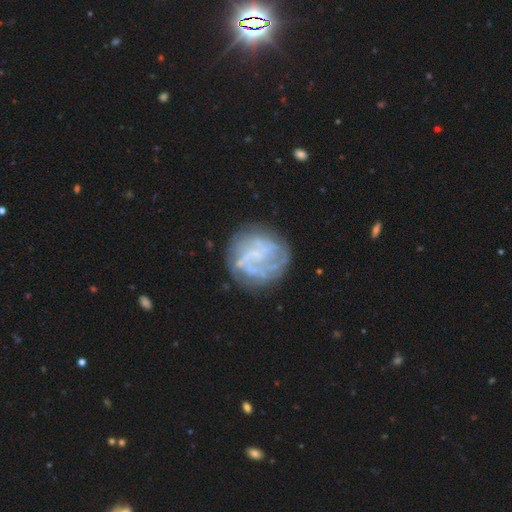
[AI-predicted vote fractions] Q: Smooth or featured?
A: featured or disk (70%); runner-up: smooth (21%)
Q: Edge-on disk?
A: no (98%); runner-up: yes (2%)
Q: Bar?
A: no (63%); runner-up: weak (28%)
Q: Spiral arms?
A: yes (63%); runner-up: no (37%)
Q: Bulge size?
A: none (60%); runner-up: small (29%)
Q: Merging?
A: none (68%); runner-up: minor disturbance (16%)